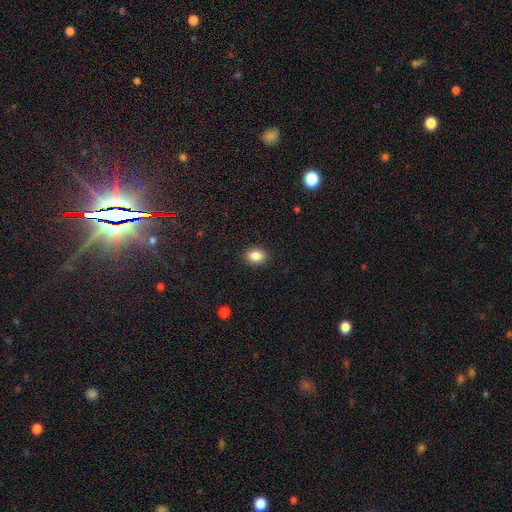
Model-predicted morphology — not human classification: Smooth or featured? Predicted: smooth (p=0.87). How rounded? Predicted: in between (p=0.69). Merging? Predicted: none (p=0.90).